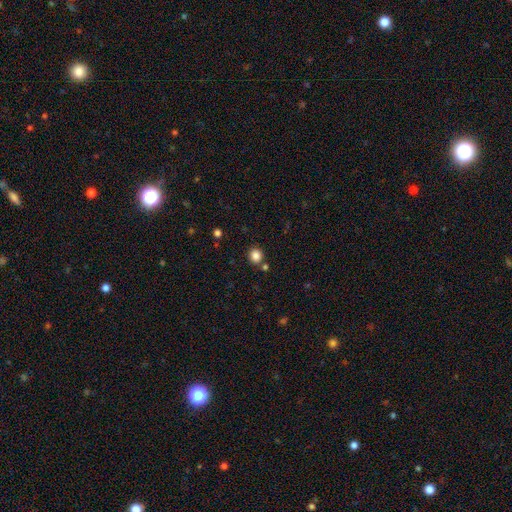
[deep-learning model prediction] Q: Smooth or featured?
A: smooth (84%); runner-up: star or artifact (11%)
Q: How rounded?
A: round (84%); runner-up: in between (15%)
Q: Merging?
A: none (83%); runner-up: minor disturbance (7%)